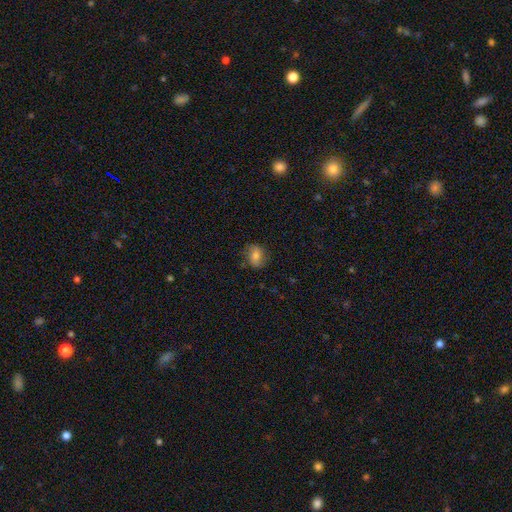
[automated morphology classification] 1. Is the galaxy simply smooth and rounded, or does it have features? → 59% smooth, 31% featured or disk, 10% star or artifact.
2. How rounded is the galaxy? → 51% round, 48% in between, 2% cigar-shaped.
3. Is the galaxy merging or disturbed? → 77% none, 17% minor disturbance, 5% major disturbance, 1% merger.